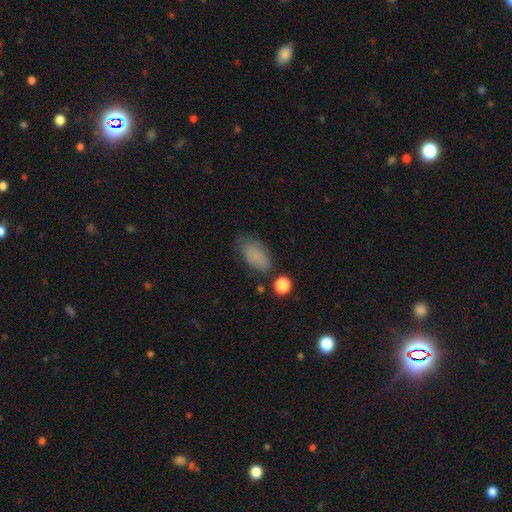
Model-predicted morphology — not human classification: Overall: smooth (81%). How rounded: in between (91%). Merging: none (67%).